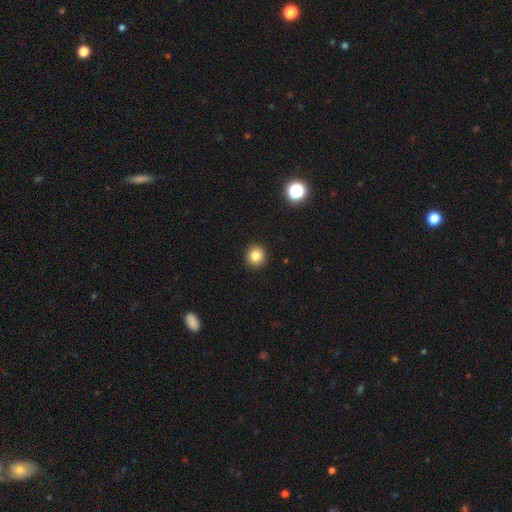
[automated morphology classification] Smooth or featured? Predicted: smooth (p=0.83). How rounded? Predicted: round (p=0.92). Merging? Predicted: none (p=0.93).